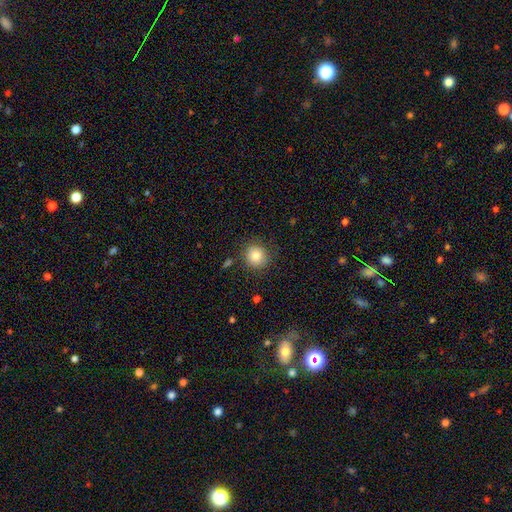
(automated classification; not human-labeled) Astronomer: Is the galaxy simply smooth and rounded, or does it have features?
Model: smooth — 80%.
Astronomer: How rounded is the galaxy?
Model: round — 91%.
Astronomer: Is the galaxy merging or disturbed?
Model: none — 84%.